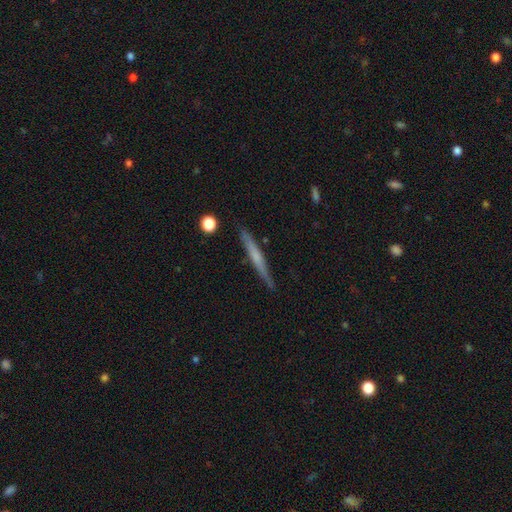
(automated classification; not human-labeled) A featured or disk galaxy (53%) viewed edge-on (97%) with no central bulge (60%). Merging: none (89%).